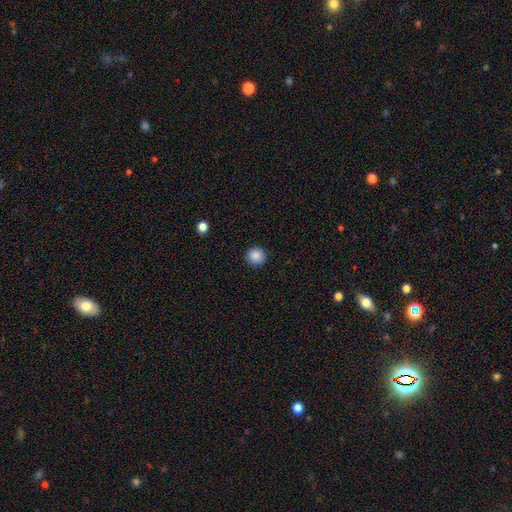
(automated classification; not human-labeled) A smooth galaxy with no disk features (88%) that is round (93%). Merging: none (92%).